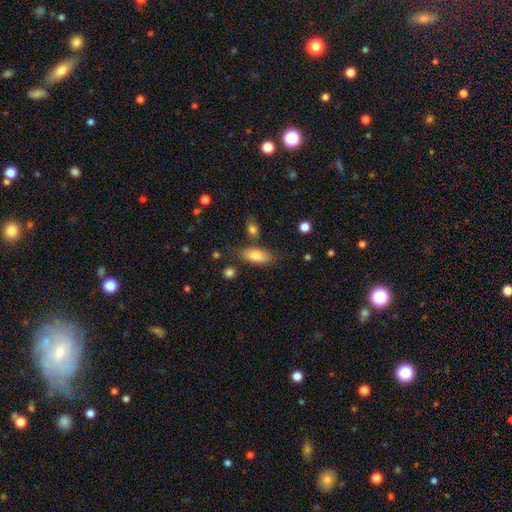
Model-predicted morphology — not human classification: type=smooth (79%); roundness=in between (81%); merging=none (73%).